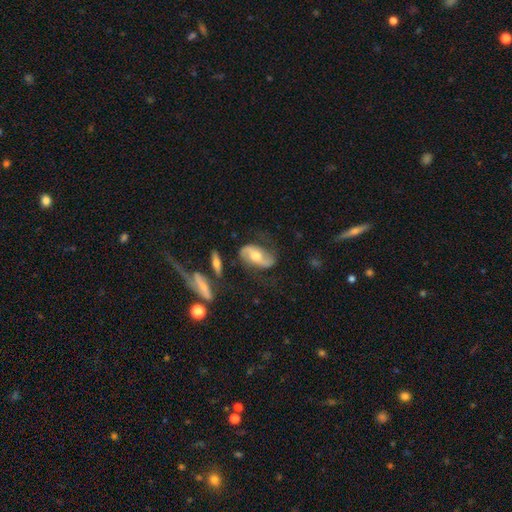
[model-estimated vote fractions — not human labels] Smooth or featured: featured or disk — 77% (smooth — 16%)
Edge-on disk: no — 94% (yes — 6%)
Bar: no — 44% (weak — 35%)
Spiral arms: yes — 92% (no — 8%)
Spiral winding: loose — 55% (medium — 33%)
Spiral arm count: 2 — 90% (can't tell — 5%)
Bulge size: moderate — 67% (small — 21%)
Merging: none — 68% (minor disturbance — 19%)